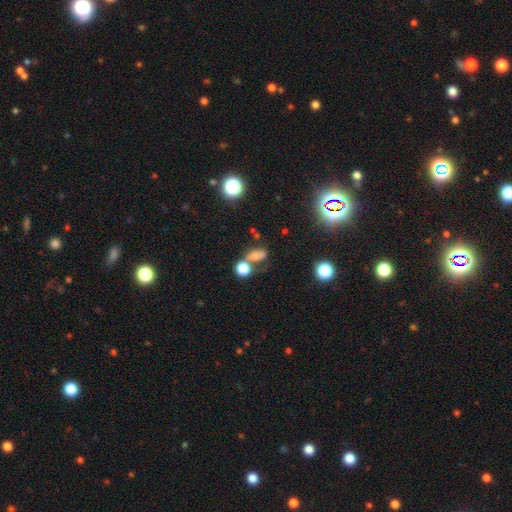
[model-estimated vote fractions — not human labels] Q: Smooth or featured?
A: smooth (62%); runner-up: star or artifact (21%)
Q: How rounded?
A: in between (64%); runner-up: round (30%)
Q: Merging?
A: none (41%); runner-up: merger (33%)